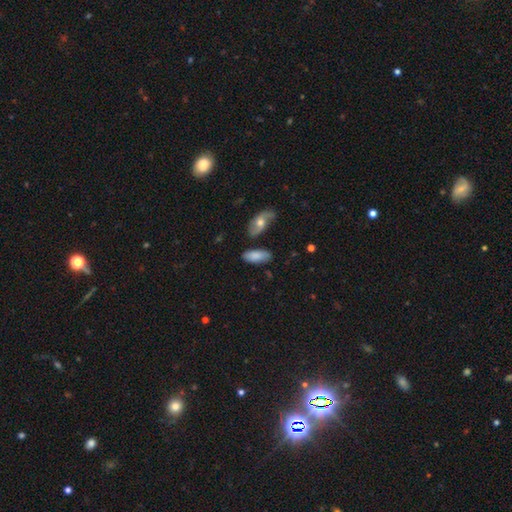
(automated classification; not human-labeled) Smooth or featured?
  - smooth: 79% *
  - featured or disk: 15%
  - star or artifact: 7%
How rounded?
  - in between: 87% *
  - cigar-shaped: 10%
  - round: 3%
Merging?
  - none: 72% *
  - minor disturbance: 17%
  - merger: 7%
  - major disturbance: 4%